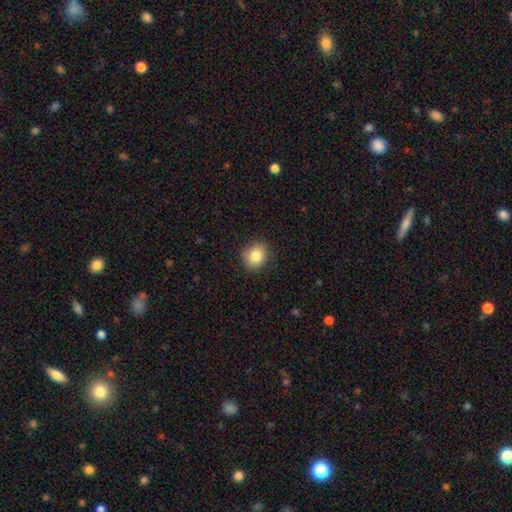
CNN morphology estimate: Q: Smooth or featured?
A: smooth (84%); runner-up: star or artifact (9%)
Q: How rounded?
A: round (70%); runner-up: in between (29%)
Q: Merging?
A: none (87%); runner-up: minor disturbance (9%)